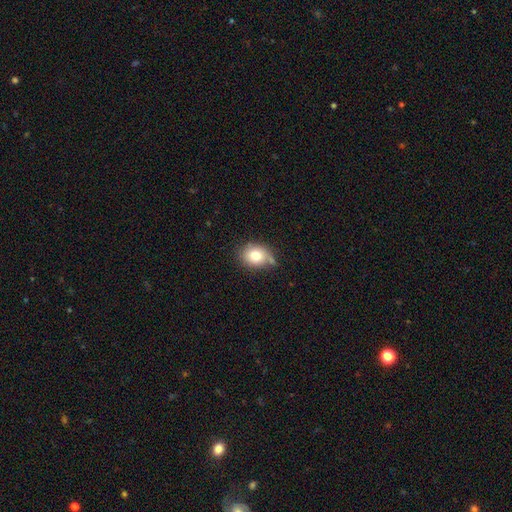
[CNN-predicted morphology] A smooth galaxy with no disk features (77%) that is round (52%).

Vote fractions:
- Smooth or featured? smooth: 77% / featured or disk: 13% / star or artifact: 10%
- How rounded? round: 52% / in between: 47% / cigar-shaped: 1%
- Merging? none: 61% / minor disturbance: 25% / merger: 7% / major disturbance: 6%